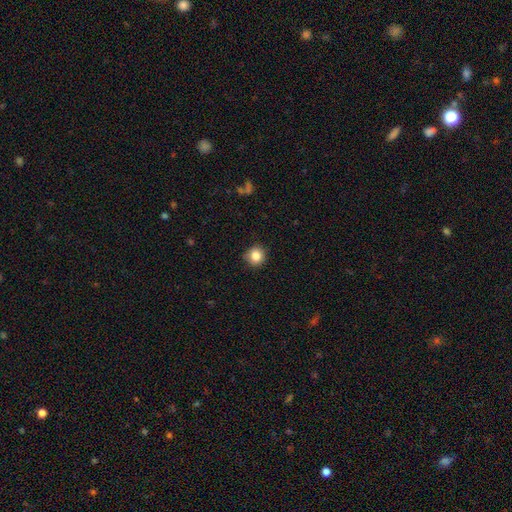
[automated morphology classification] Smooth or featured?
  - smooth: 85% *
  - star or artifact: 10%
  - featured or disk: 5%
How rounded?
  - round: 91% *
  - in between: 8%
  - cigar-shaped: 1%
Merging?
  - none: 87% *
  - minor disturbance: 10%
  - major disturbance: 2%
  - merger: 1%